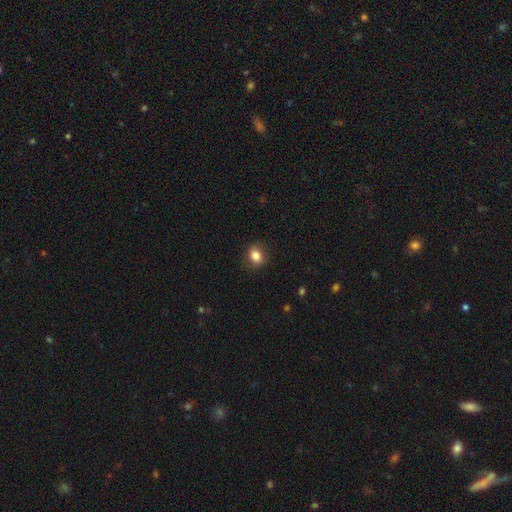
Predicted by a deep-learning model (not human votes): smooth_or_featured: smooth (p=0.83) [alt: star or artifact p=0.09]
how_rounded: in between (p=0.52) [alt: round p=0.47]
merging: none (p=0.84) [alt: minor disturbance p=0.12]